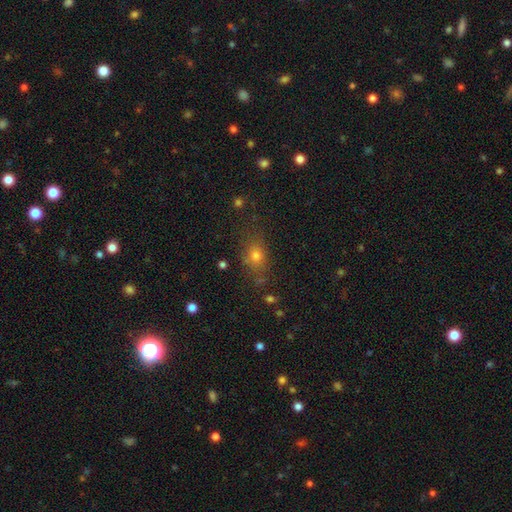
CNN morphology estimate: Q: Smooth or featured?
A: smooth (70%); runner-up: star or artifact (19%)
Q: How rounded?
A: in between (53%); runner-up: round (43%)
Q: Merging?
A: none (74%); runner-up: minor disturbance (16%)